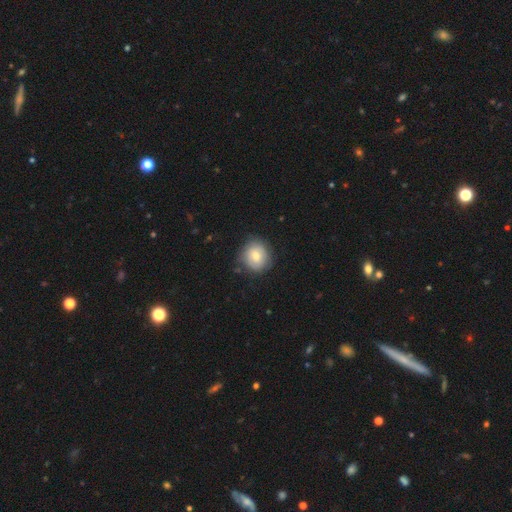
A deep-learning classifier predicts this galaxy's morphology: Smooth or featured? Predicted: smooth (p=0.74). How rounded? Predicted: round (p=0.81). Merging? Predicted: none (p=0.80).